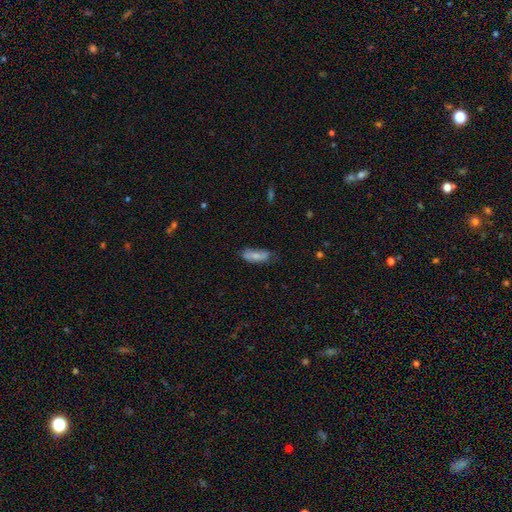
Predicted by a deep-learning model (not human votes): Smooth or featured? Predicted: smooth (p=0.69). How rounded? Predicted: in between (p=0.71). Merging? Predicted: none (p=0.58).